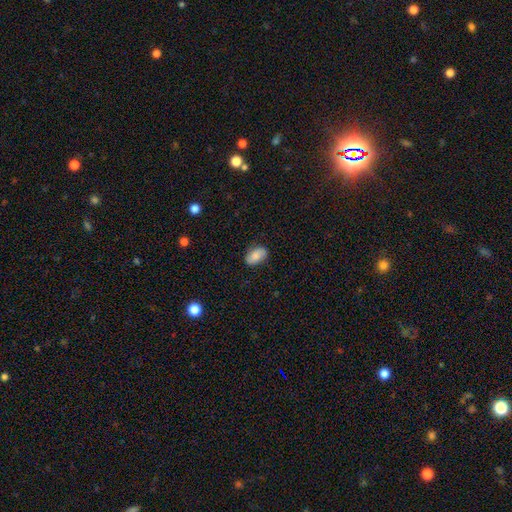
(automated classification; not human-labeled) Morphology: type=smooth (76%); roundness=in between (91%); merging=none (82%).